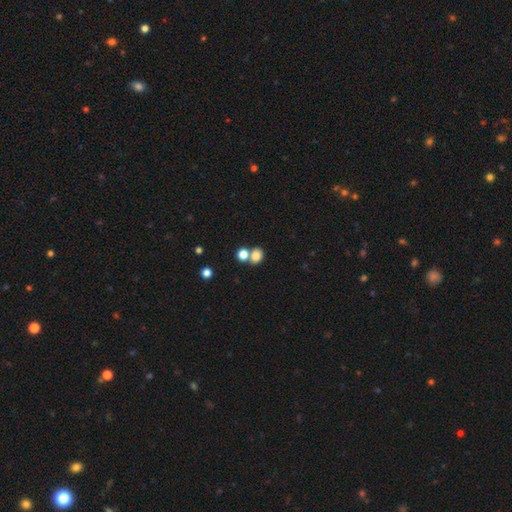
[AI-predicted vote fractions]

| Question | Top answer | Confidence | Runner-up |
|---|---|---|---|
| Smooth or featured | smooth | 81% | star or artifact (11%) |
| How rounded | round | 57% | in between (42%) |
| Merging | none | 48% | merger (40%) |